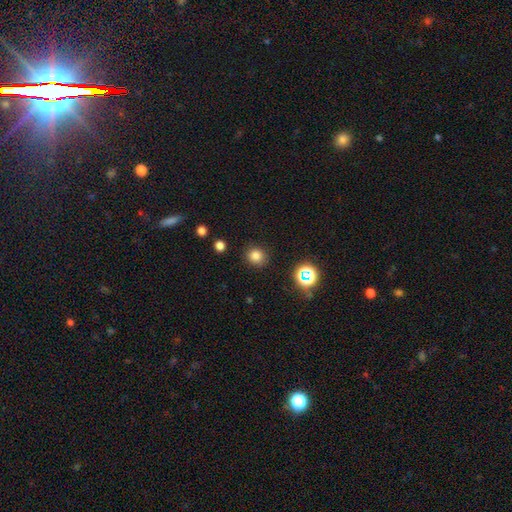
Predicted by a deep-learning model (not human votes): smooth 80%, star or artifact 15%, featured or disk 5%. Down the decision tree: how rounded — round (89%); merging — none (88%).